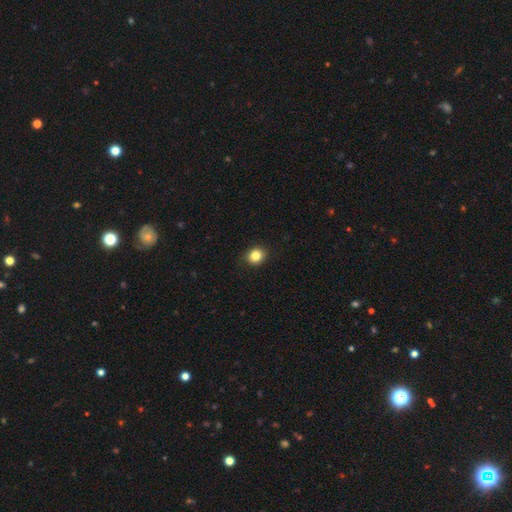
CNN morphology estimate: Smooth or featured?
  - smooth: 84% *
  - star or artifact: 11%
  - featured or disk: 5%
How rounded?
  - round: 71% *
  - in between: 28%
  - cigar-shaped: 1%
Merging?
  - none: 90% *
  - minor disturbance: 8%
  - major disturbance: 2%
  - merger: 1%